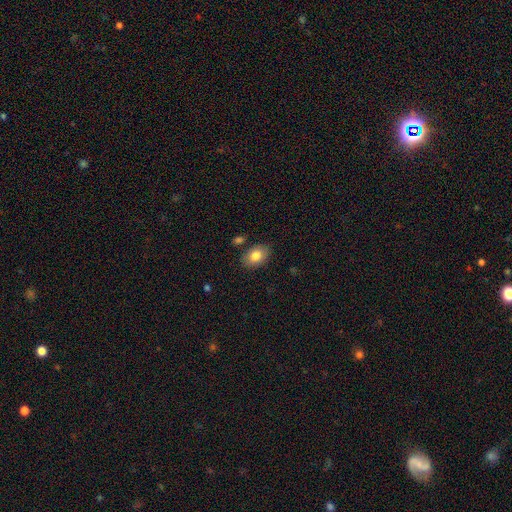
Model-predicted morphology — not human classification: smooth 82%, featured or disk 11%, star or artifact 7%. Down the decision tree: how rounded — in between (84%); merging — none (82%).